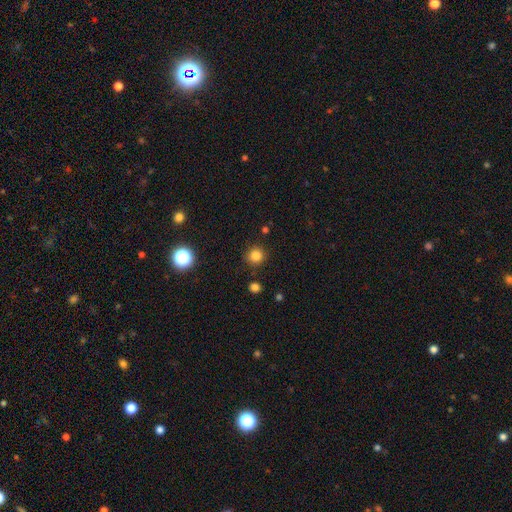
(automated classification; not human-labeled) smooth 82%, star or artifact 13%, featured or disk 4%. Down the decision tree: how rounded — round (93%); merging — none (88%).